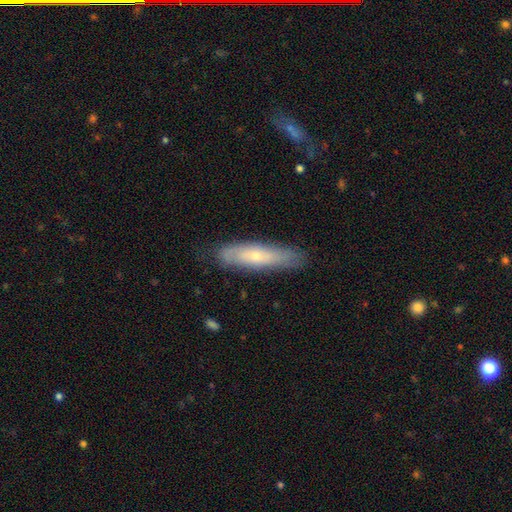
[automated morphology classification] Smooth or featured? Predicted: smooth (p=0.48). Merging? Predicted: none (p=0.75).